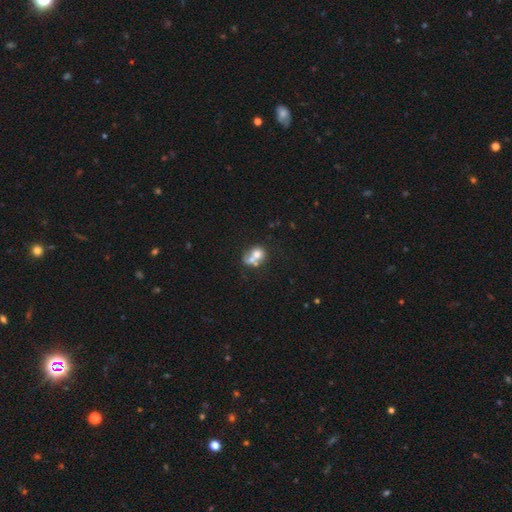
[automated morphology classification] A smooth galaxy with no disk features (64%) that is round (64%). Merging: merger (61%).